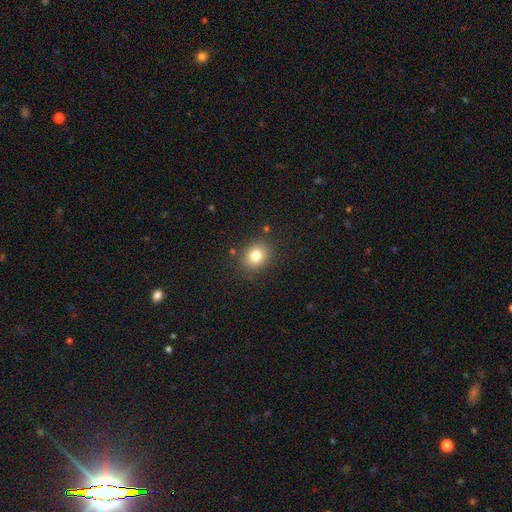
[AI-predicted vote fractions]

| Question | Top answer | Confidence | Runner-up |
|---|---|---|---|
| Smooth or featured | smooth | 80% | star or artifact (12%) |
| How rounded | round | 67% | in between (32%) |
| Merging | none | 85% | minor disturbance (10%) |